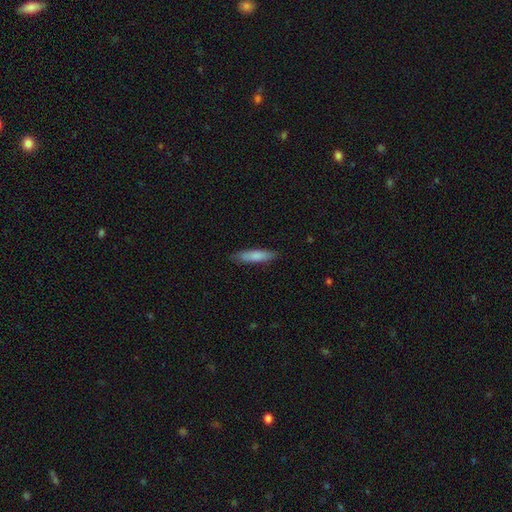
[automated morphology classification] Smooth or featured? smooth (80%)
How rounded? cigar-shaped (76%)
Merging? none (84%)